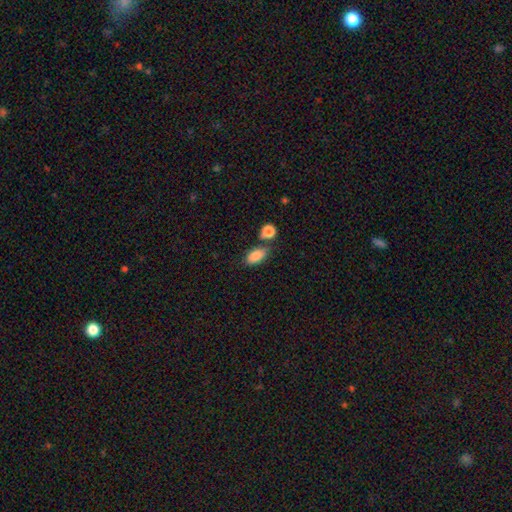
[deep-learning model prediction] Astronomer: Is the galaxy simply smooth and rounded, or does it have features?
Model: smooth — 85%.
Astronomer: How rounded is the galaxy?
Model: in between — 89%.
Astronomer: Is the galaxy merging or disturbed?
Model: none — 60%.